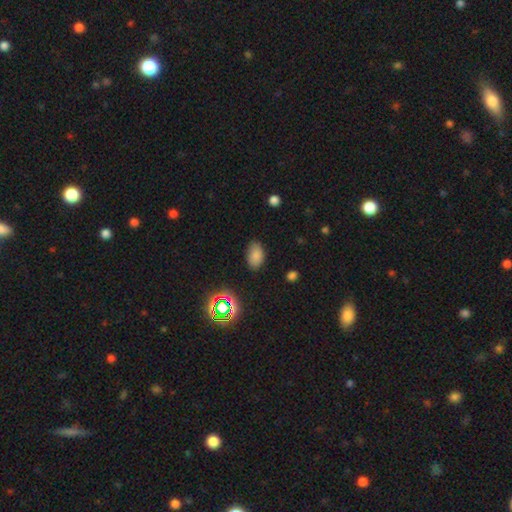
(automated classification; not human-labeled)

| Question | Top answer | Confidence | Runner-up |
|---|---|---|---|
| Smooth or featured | smooth | 79% | star or artifact (14%) |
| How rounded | in between | 90% | round (9%) |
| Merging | none | 79% | minor disturbance (16%) |